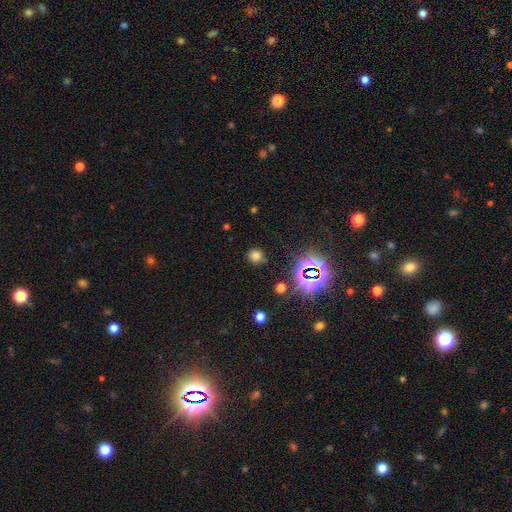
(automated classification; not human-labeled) smooth_or_featured: smooth (p=0.66) [alt: star or artifact p=0.27]
how_rounded: round (p=0.88) [alt: in between p=0.11]
merging: none (p=0.83) [alt: minor disturbance p=0.11]